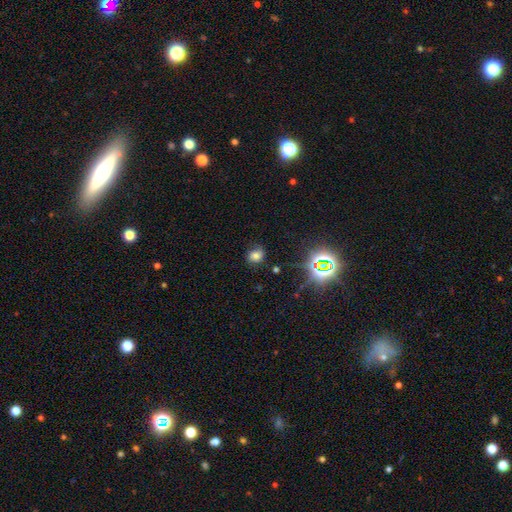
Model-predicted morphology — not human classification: Q: Smooth or featured?
A: smooth (64%); runner-up: star or artifact (24%)
Q: How rounded?
A: round (64%); runner-up: in between (35%)
Q: Merging?
A: none (73%); runner-up: minor disturbance (18%)